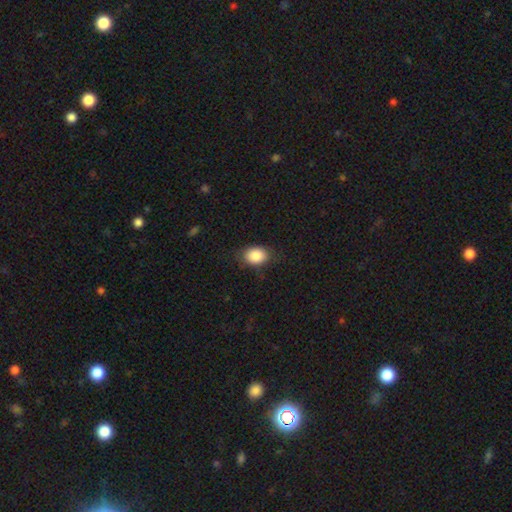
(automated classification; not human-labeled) This is clearly a smooth galaxy (87%). How rounded: likely in between (71%). Merging: likely none (77%).